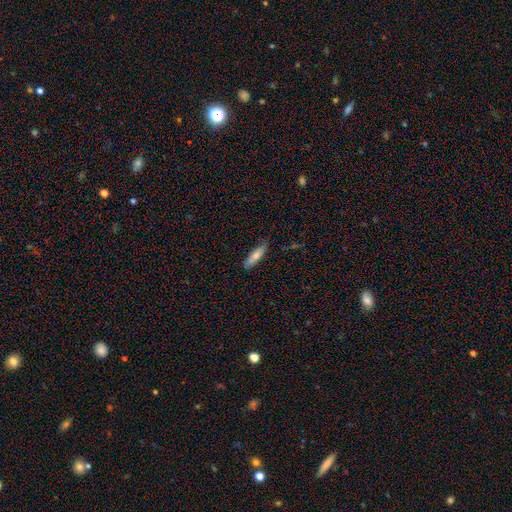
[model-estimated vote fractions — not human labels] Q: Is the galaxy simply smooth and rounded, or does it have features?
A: smooth — 75%.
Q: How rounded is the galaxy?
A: cigar-shaped — 62%.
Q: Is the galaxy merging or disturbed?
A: none — 80%.